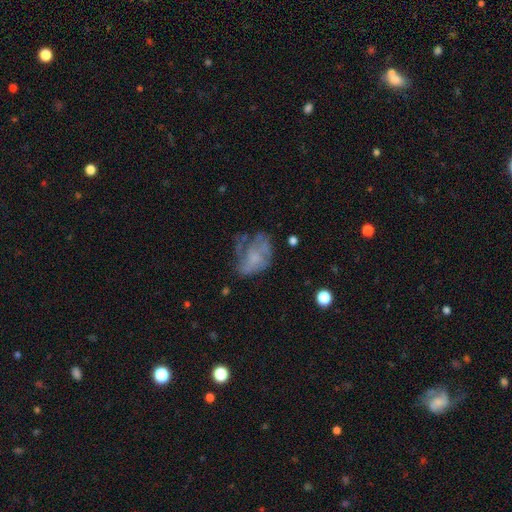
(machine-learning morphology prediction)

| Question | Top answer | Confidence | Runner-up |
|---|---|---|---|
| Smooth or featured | featured or disk | 52% | smooth (36%) |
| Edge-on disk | no | 97% | yes (3%) |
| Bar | no | 84% | weak (14%) |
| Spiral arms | no | 58% | yes (42%) |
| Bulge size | none | 55% | small (20%) |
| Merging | none | 39% | major disturbance (32%) |